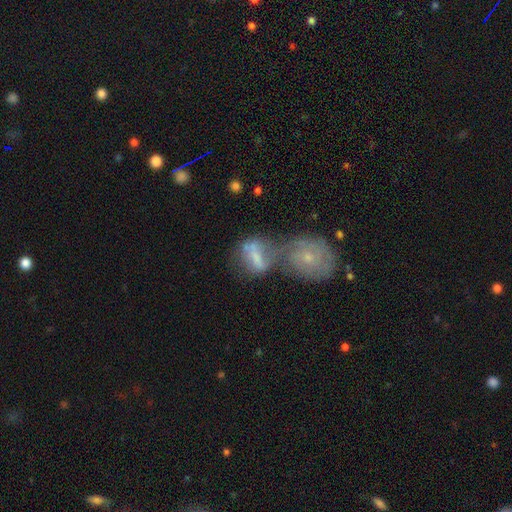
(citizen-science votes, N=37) smooth_or_featured: featured or disk (p=0.54) [alt: smooth p=0.38]
disk_edge_on: no (p=0.95) [alt: yes p=0.05]
bar: weak (p=0.42) [alt: strong p=0.32]
has_spiral_arms: no (p=0.63) [alt: yes p=0.37]
bulge_size: moderate (p=0.37) [tied with: small p=0.37]
merging: merger (p=0.74) [alt: major disturbance p=0.15]